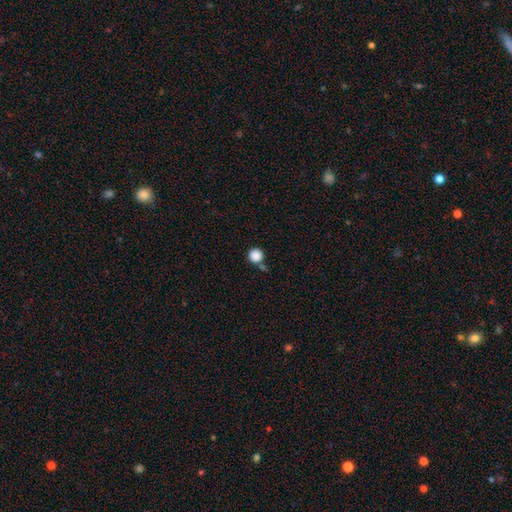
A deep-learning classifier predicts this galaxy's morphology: smooth_or_featured: smooth (p=0.87) [alt: star or artifact p=0.10]
how_rounded: round (p=0.95) [alt: in between p=0.04]
merging: none (p=0.72) [alt: merger p=0.14]